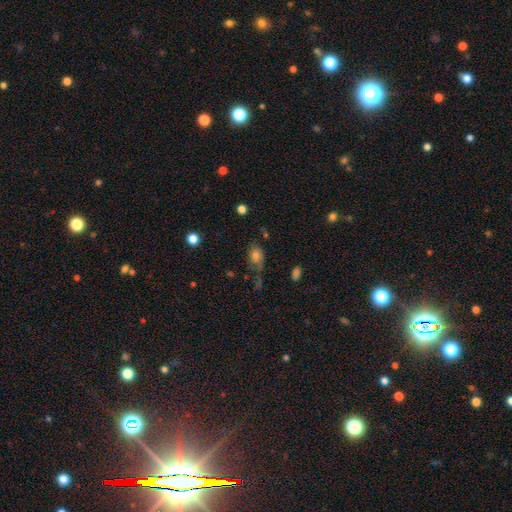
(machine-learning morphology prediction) This is likely a smooth galaxy (71%). How rounded: likely in between (78%). Merging: possibly none (48%).